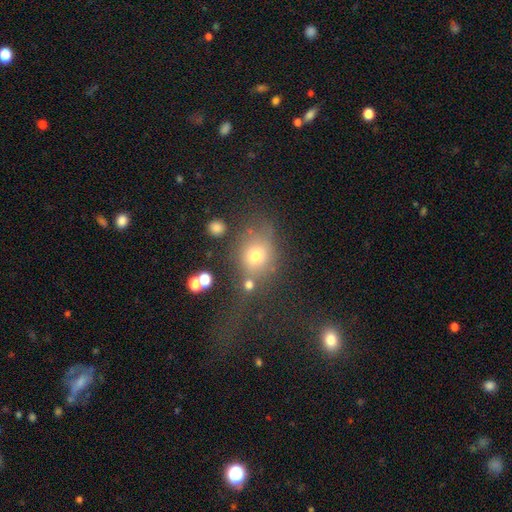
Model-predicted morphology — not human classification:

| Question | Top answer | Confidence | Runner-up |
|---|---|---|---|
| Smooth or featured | smooth | 68% | star or artifact (17%) |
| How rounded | round | 56% | in between (42%) |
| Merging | none | 46% | major disturbance (21%) |